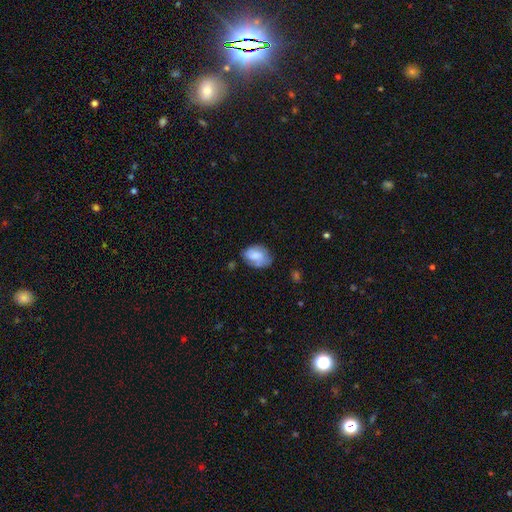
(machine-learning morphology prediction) smooth_or_featured: smooth (p=0.64) [alt: featured or disk p=0.29]
how_rounded: in between (p=0.78) [alt: round p=0.21]
merging: none (p=0.56) [alt: minor disturbance p=0.31]